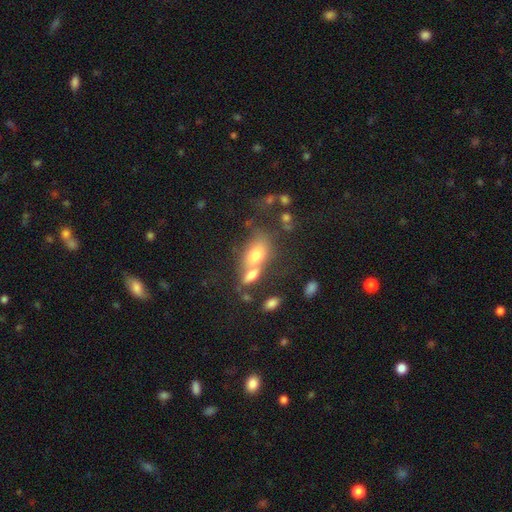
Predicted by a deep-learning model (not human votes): This appears to be a smooth galaxy with no disk features (69%) that is in between round and cigar-shaped (80%). Merging: merger (51%).